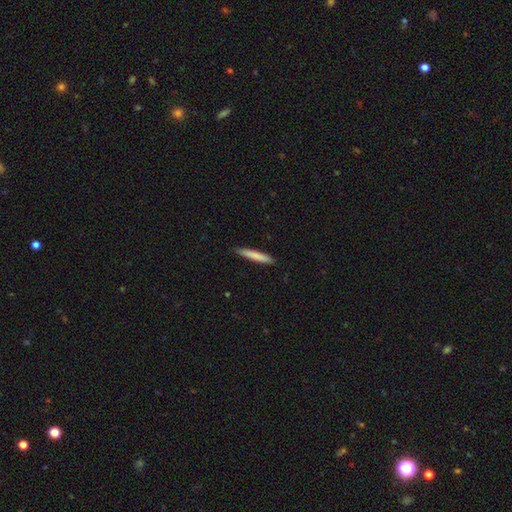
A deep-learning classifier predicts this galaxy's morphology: type=smooth (79%); roundness=cigar-shaped (94%); merging=none (87%).